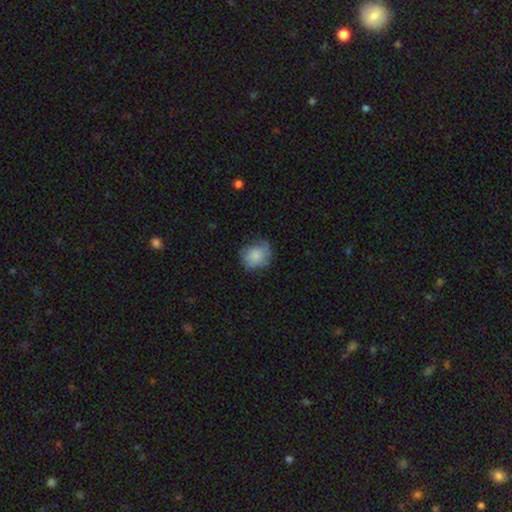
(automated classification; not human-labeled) Morphology: type=smooth (79%); roundness=round (72%); merging=none (60%).